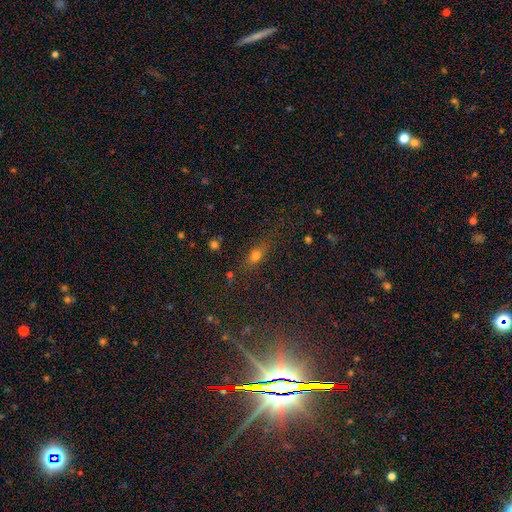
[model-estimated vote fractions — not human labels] Overall: smooth (62%; star or artifact 22%). How rounded: in between (59%; cigar-shaped 22%). Merging: none (73%).